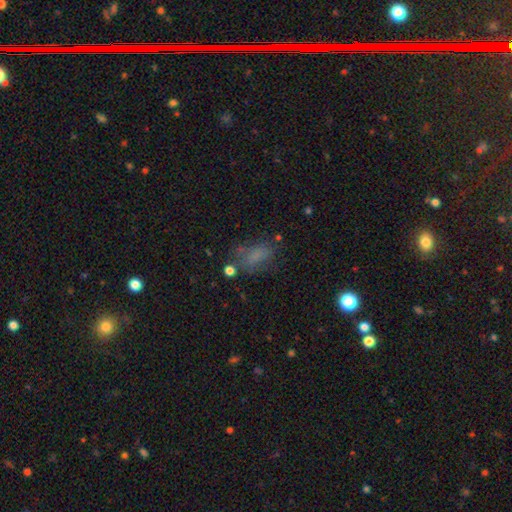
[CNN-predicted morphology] This is likely a smooth galaxy (65%). How rounded: clearly in between (82%). Merging: possibly none (54%).